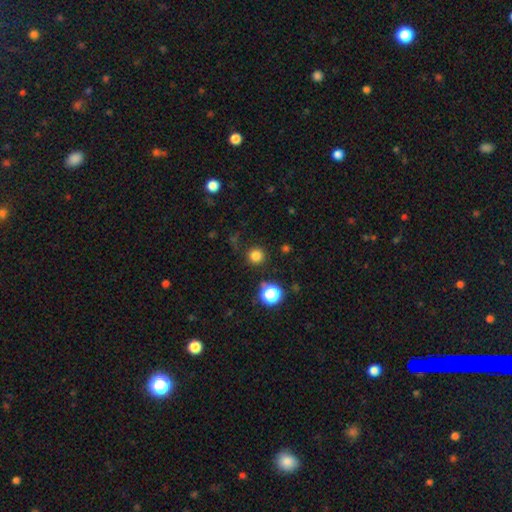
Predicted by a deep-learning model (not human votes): smooth-or-featured: smooth: 79% | star or artifact: 16% | featured or disk: 4%
  how-rounded: round: 95% | in between: 4% | cigar-shaped: 1%
  merging: none: 88% | minor disturbance: 7% | major disturbance: 3% | merger: 2%